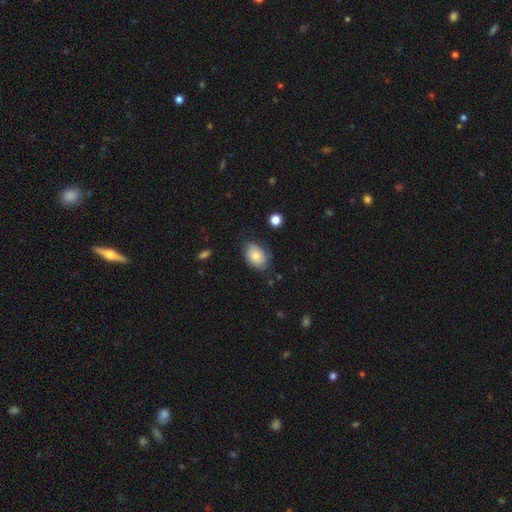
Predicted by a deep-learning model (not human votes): Overall: smooth (74%). How rounded: in between (84%). Merging: none (71%).